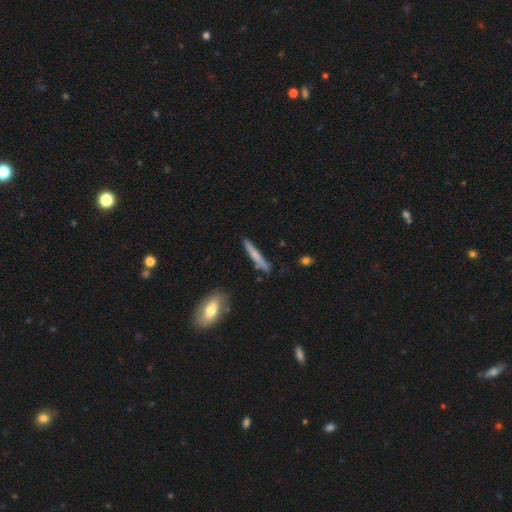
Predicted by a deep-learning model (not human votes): A smooth galaxy with no disk features (58%) that is cigar-shaped (94%).

Vote fractions:
- Smooth or featured? smooth: 58% / featured or disk: 35% / star or artifact: 6%
- How rounded? cigar-shaped: 94% / in between: 4% / round: 2%
- Merging? none: 83% / minor disturbance: 12% / merger: 3% / major disturbance: 2%